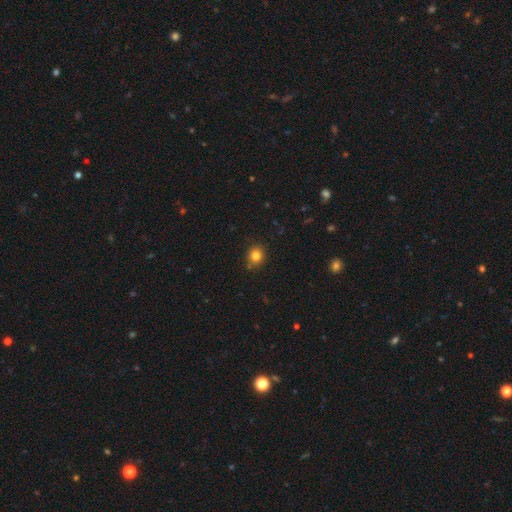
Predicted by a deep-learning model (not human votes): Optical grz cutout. It shows a smooth galaxy with no disk features (82%) that is round (80%). Merging: none (86%).